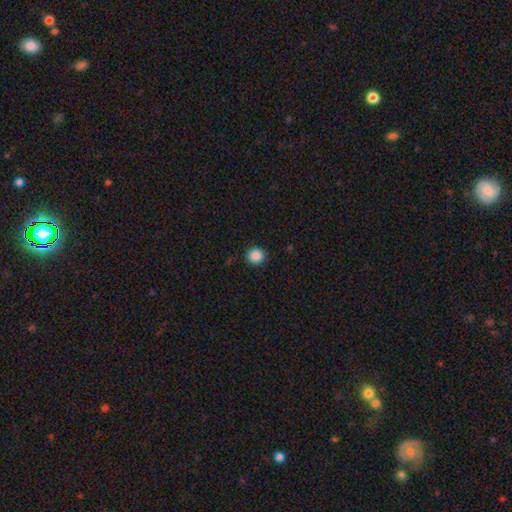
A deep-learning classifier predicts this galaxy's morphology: Smooth or featured? smooth (88%)
How rounded? round (93%)
Merging? none (92%)